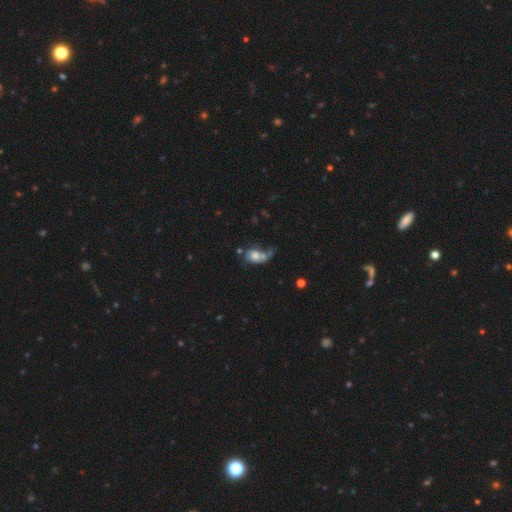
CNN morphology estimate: smooth_or_featured: smooth (p=0.56) [alt: featured or disk p=0.32]
how_rounded: in between (p=0.61) [alt: round p=0.37]
merging: merger (p=0.38) [alt: none p=0.24]